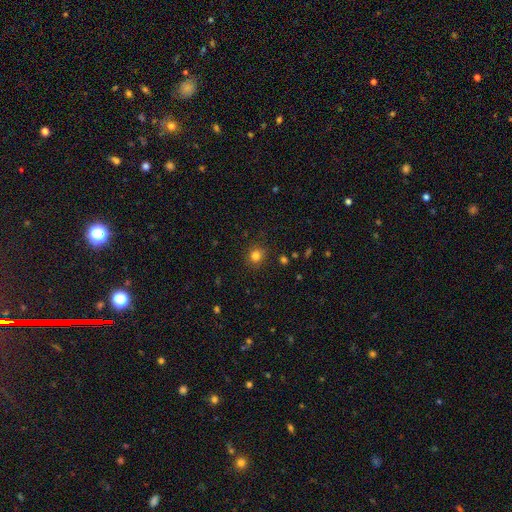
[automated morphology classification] Smooth or featured: smooth — 81% (star or artifact — 13%)
How rounded: round — 83% (in between — 16%)
Merging: none — 86% (minor disturbance — 10%)